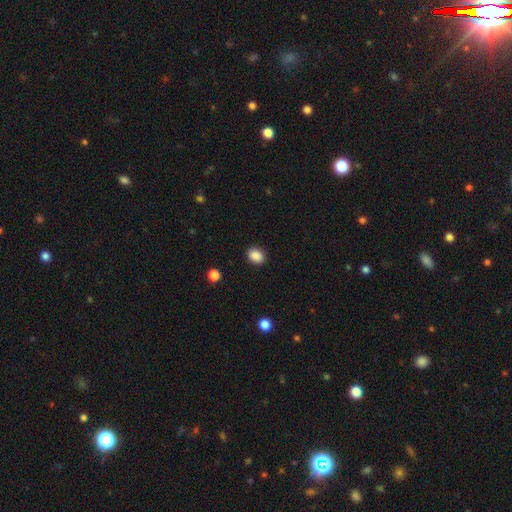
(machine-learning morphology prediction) Q: Smooth or featured?
A: smooth (88%); runner-up: star or artifact (9%)
Q: How rounded?
A: in between (61%); runner-up: round (38%)
Q: Merging?
A: none (89%); runner-up: minor disturbance (7%)